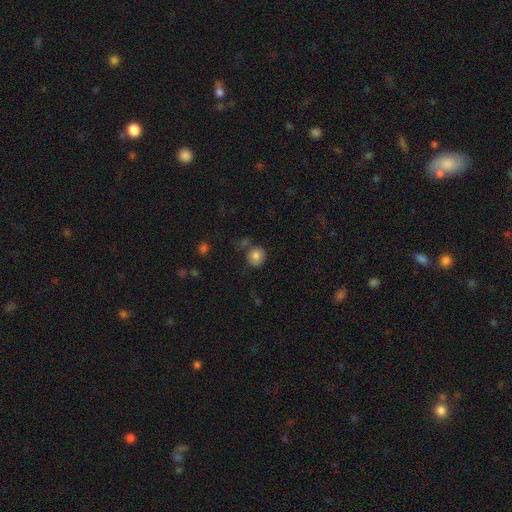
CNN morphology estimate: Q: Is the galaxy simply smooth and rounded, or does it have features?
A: smooth — 81%.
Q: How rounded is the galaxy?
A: round — 86%.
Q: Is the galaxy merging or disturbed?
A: none — 70%.